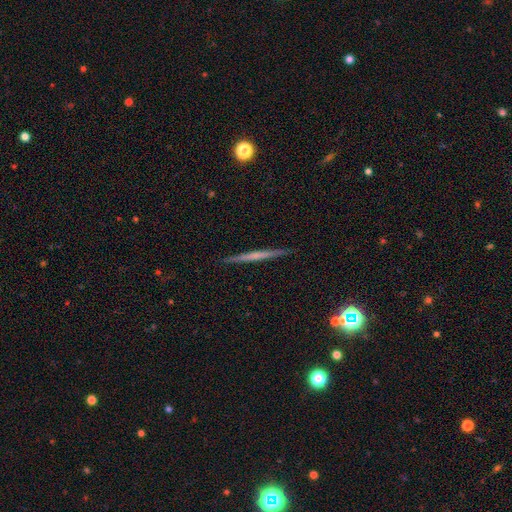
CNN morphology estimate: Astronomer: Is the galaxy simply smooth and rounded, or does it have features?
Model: featured or disk — 55% (runner-up: smooth, 37%).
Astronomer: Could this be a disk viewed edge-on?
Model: yes — 97%.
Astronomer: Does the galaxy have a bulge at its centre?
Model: none — 81%.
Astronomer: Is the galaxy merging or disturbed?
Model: none — 91%.